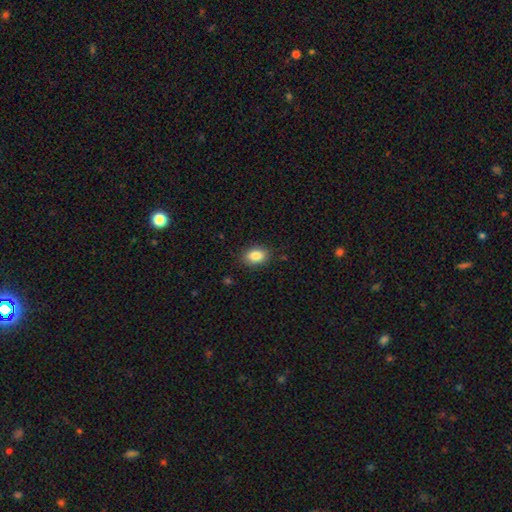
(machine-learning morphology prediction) type=smooth (85%); roundness=in between (82%); merging=none (87%).